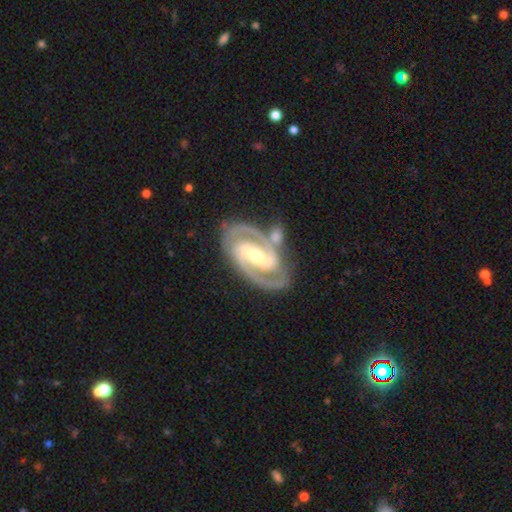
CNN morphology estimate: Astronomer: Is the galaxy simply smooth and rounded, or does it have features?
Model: featured or disk — 93%.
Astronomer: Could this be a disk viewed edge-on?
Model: no — 97%.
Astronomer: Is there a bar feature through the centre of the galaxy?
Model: strong — 70%.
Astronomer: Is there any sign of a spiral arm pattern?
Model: yes — 98%.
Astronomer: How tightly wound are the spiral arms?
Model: tight — 49% (runner-up: medium, 46%).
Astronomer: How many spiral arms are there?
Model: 2 — 90%.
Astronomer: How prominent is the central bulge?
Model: moderate — 49% (runner-up: small, 46%).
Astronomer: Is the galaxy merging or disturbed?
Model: none — 73%.